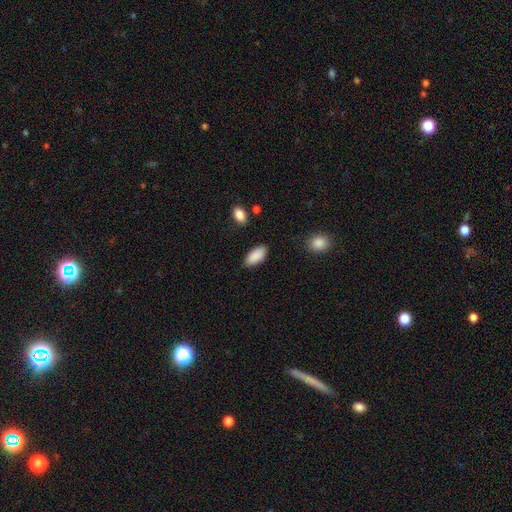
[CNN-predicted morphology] Smooth or featured? Predicted: smooth (p=0.90). How rounded? Predicted: in between (p=0.90). Merging? Predicted: none (p=0.85).